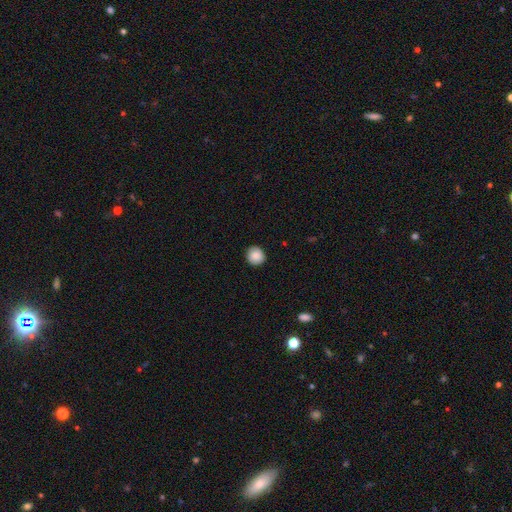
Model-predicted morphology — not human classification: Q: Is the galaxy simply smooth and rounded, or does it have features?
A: smooth — 87%.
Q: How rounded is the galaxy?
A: round — 92%.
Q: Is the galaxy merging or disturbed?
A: none — 90%.